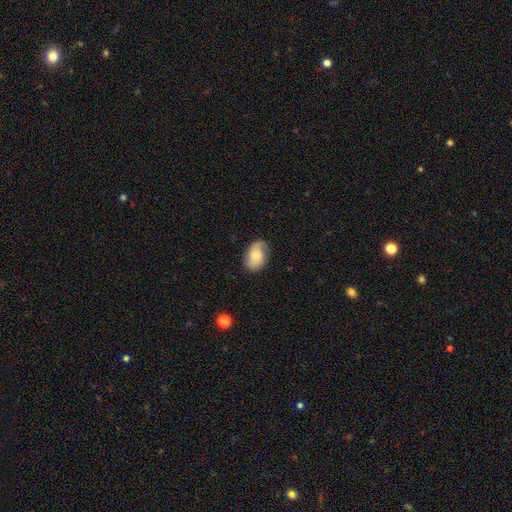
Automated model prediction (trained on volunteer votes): Smooth or featured? Predicted: smooth (p=0.54). How rounded? Predicted: in between (p=0.85). Merging? Predicted: none (p=0.64).